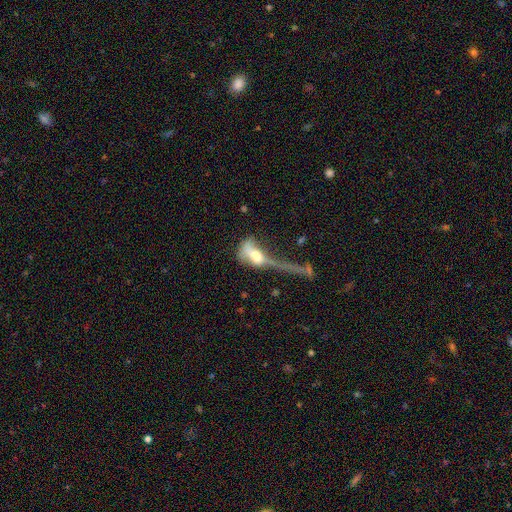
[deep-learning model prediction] smooth-or-featured: smooth: 51% | featured or disk: 38% | star or artifact: 11%
  how-rounded: in between: 70% | round: 16% | cigar-shaped: 14%
  merging: major disturbance: 56% | merger: 19% | none: 13% | minor disturbance: 12%